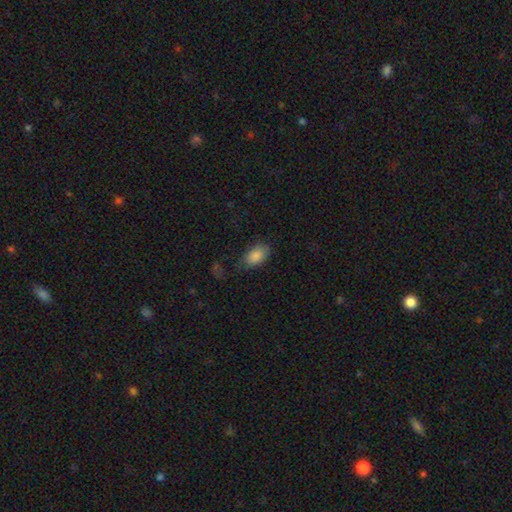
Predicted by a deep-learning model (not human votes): The model was most divided on "merging": none: 70%, minor disturbance: 20%, major disturbance: 7%, merger: 2%. More confident: how rounded — in between (92%); smooth or featured — smooth (86%).